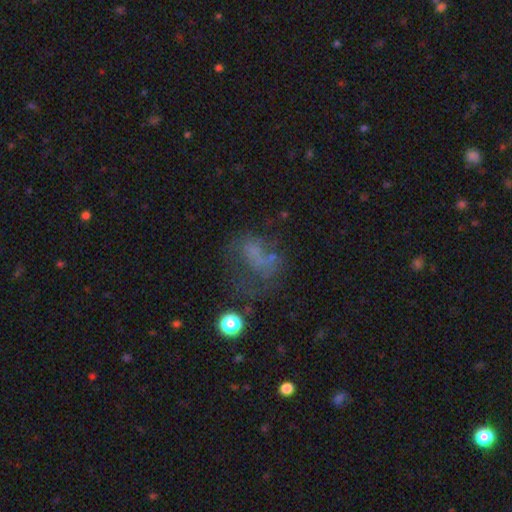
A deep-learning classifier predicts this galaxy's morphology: A smooth galaxy with no disk features (41%).

Vote fractions:
- Smooth or featured? smooth: 41% / featured or disk: 36% / star or artifact: 23%
- Merging? major disturbance: 38% / none: 32% / minor disturbance: 19% / merger: 11%